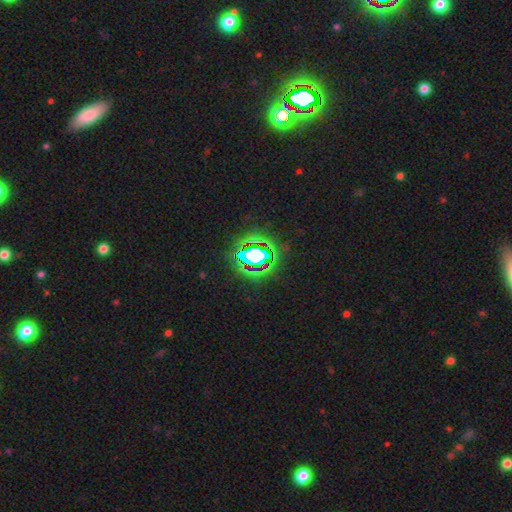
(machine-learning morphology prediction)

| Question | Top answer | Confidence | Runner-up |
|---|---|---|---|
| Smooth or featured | star or artifact | 70% | smooth (18%) |